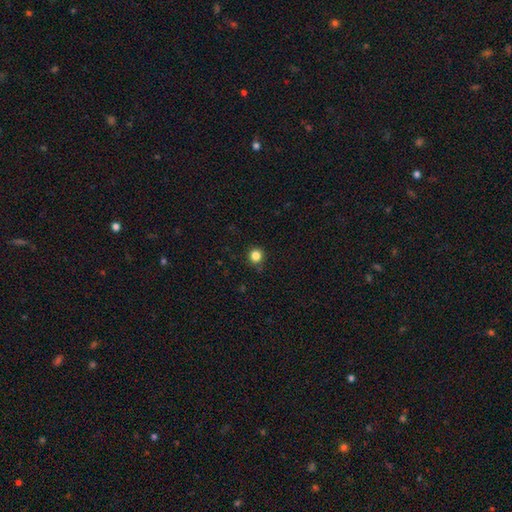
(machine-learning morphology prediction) smooth 83%, star or artifact 12%, featured or disk 4%. Down the decision tree: how rounded — round (93%); merging — none (86%).